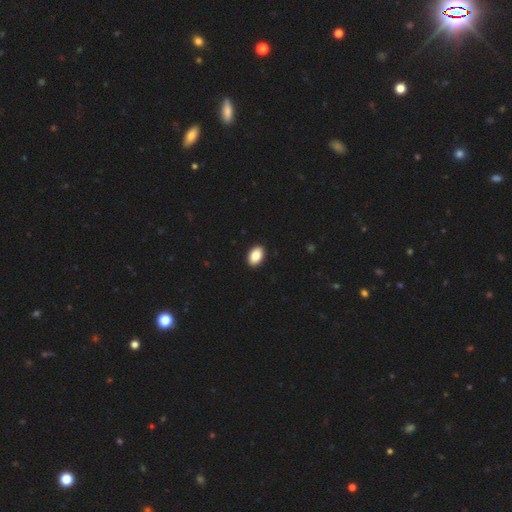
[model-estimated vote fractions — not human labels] Morphology: type=smooth (87%); roundness=in between (88%); merging=none (92%).